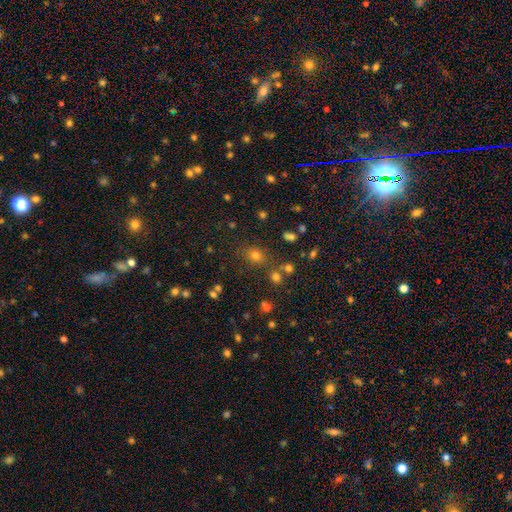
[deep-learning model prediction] Overall: smooth (62%; star or artifact 31%). How rounded: round (68%; in between 31%). Merging: none (79%).